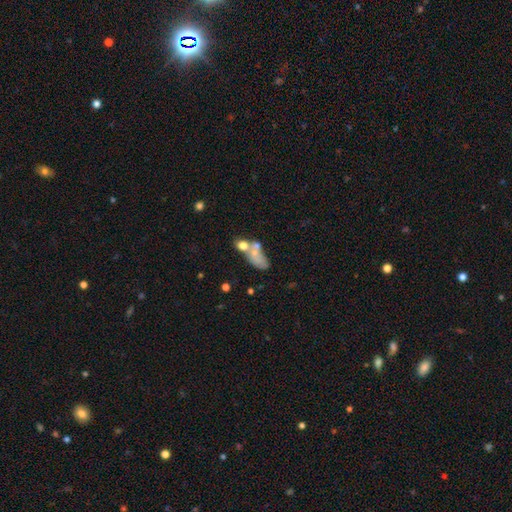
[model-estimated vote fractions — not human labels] smooth 56%, featured or disk 33%, star or artifact 11%. Down the decision tree: how rounded — in between (79%); merging — merger (46%).